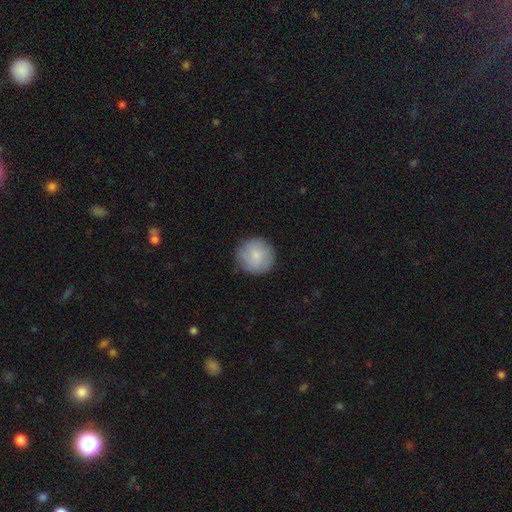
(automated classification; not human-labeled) Smooth or featured?
  - smooth: 76% *
  - featured or disk: 18%
  - star or artifact: 6%
How rounded?
  - round: 95% *
  - in between: 4%
  - cigar-shaped: 1%
Merging?
  - none: 85% *
  - minor disturbance: 11%
  - major disturbance: 3%
  - merger: 1%